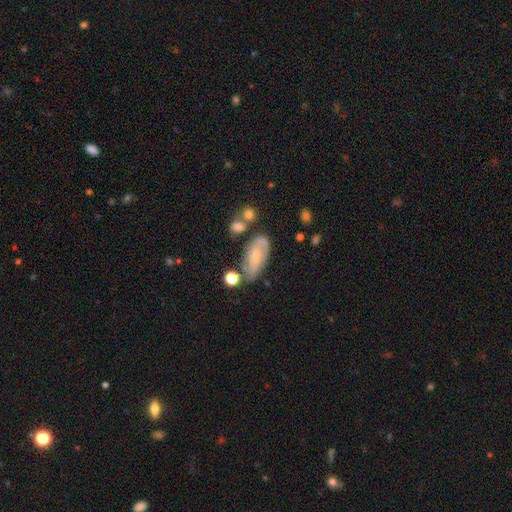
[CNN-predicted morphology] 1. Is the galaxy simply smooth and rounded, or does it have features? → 49% featured or disk, 42% smooth, 9% star or artifact.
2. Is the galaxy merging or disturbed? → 55% none, 25% minor disturbance, 10% major disturbance, 10% merger.